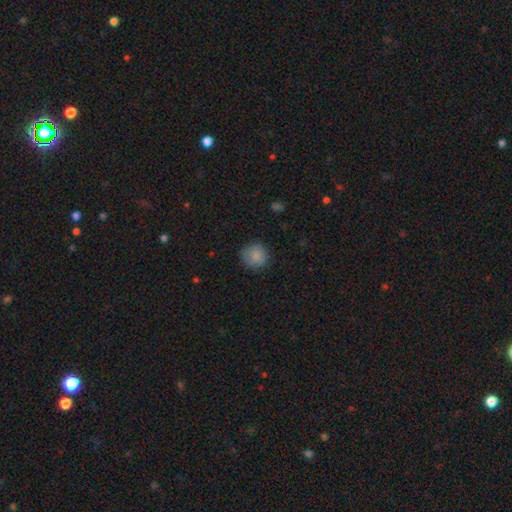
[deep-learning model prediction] smooth 86%, star or artifact 9%, featured or disk 5%. Down the decision tree: how rounded — round (90%); merging — none (84%).